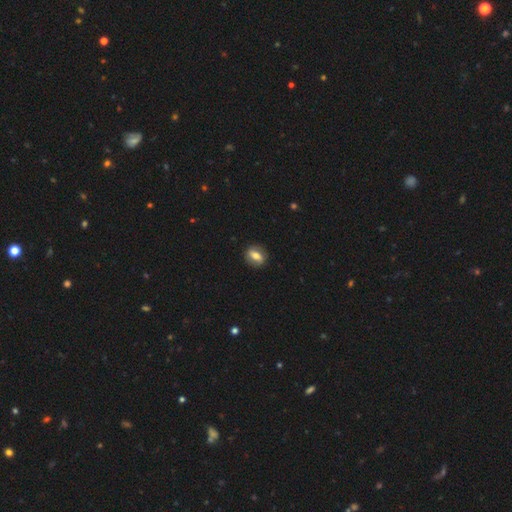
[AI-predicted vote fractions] Morphology: type=smooth (54%); roundness=in between (49%); merging=none (87%).